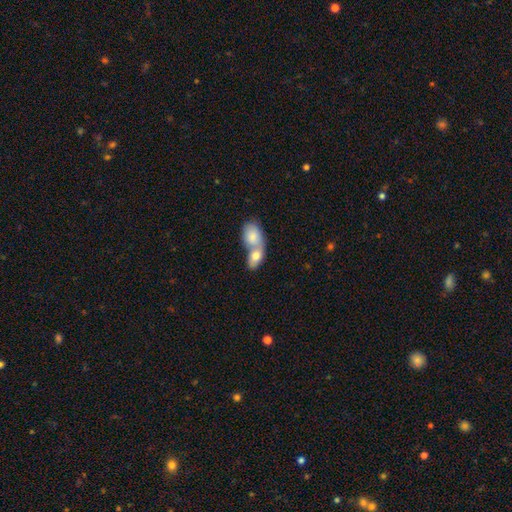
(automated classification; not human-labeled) A smooth galaxy with no disk features (79%) that is in between round and cigar-shaped (82%). Merging: merger (77%).